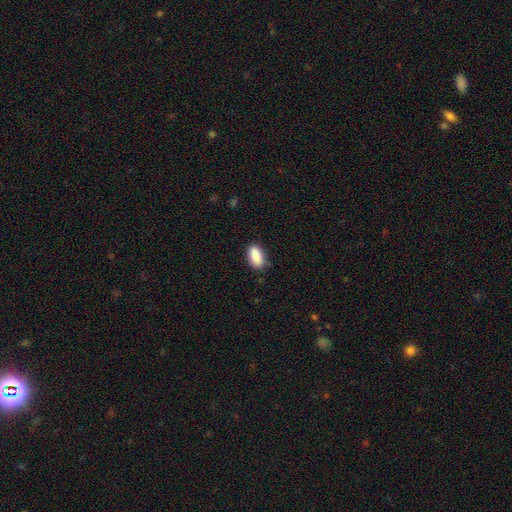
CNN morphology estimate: A smooth galaxy with no disk features (89%) that is in between round and cigar-shaped (87%). Merging: none (83%).